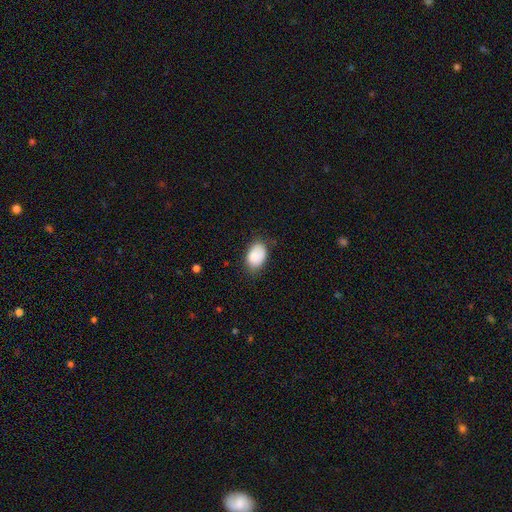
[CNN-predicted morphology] This appears to be a smooth galaxy with no disk features (84%) that is in between round and cigar-shaped (87%). Merging: none (69%).